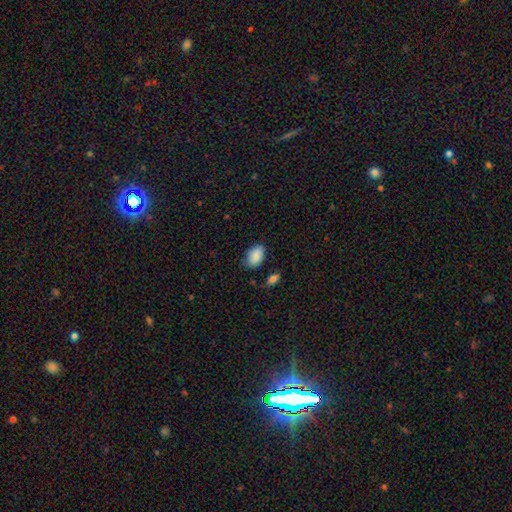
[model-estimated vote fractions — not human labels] smooth 86%, star or artifact 7%, featured or disk 7%. Down the decision tree: how rounded — in between (90%); merging — none (71%).